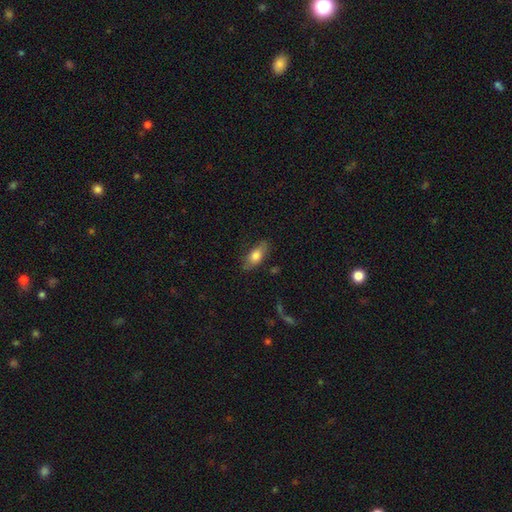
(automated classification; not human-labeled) A smooth galaxy with no disk features (74%) that is in between round and cigar-shaped (81%). Merging: none (78%).